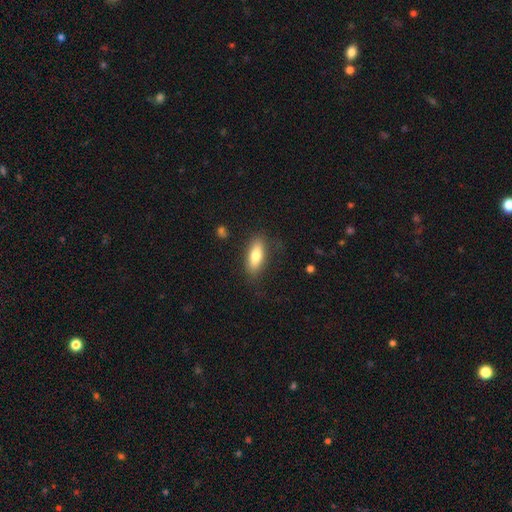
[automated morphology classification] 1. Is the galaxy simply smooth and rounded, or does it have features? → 75% smooth, 19% featured or disk, 7% star or artifact.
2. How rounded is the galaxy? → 72% in between, 25% cigar-shaped, 3% round.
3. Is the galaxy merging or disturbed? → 82% none, 13% minor disturbance, 4% major disturbance, 1% merger.